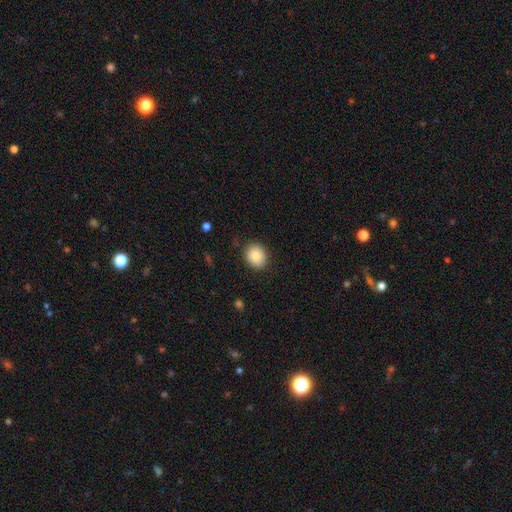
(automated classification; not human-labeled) This appears to be a smooth galaxy with no disk features (85%) that is round (60%). Merging: none (86%).